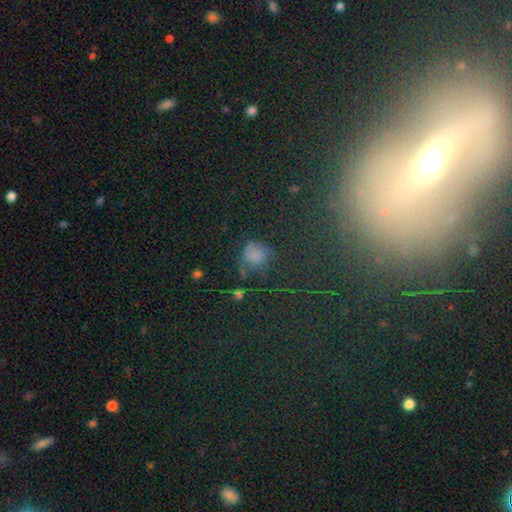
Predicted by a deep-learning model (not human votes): This is possibly a smooth galaxy (55%). How rounded: likely round (74%). Merging: possibly none (52%).